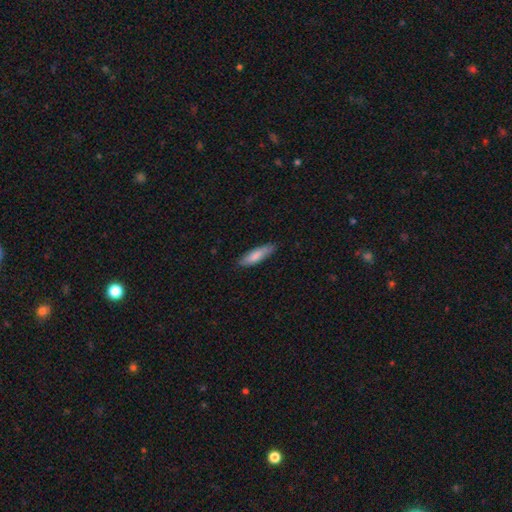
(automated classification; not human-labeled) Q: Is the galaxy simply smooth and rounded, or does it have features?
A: smooth — 82%.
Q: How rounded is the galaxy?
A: cigar-shaped — 60%.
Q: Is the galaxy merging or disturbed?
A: none — 83%.